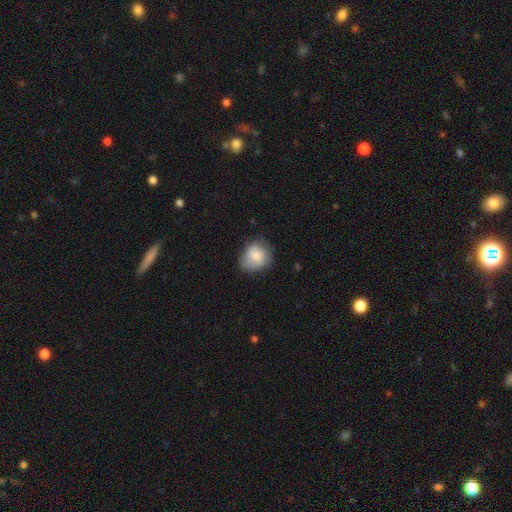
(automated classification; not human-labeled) Smooth or featured?
  - smooth: 80% *
  - featured or disk: 12%
  - star or artifact: 8%
How rounded?
  - round: 60% *
  - in between: 39%
  - cigar-shaped: 1%
Merging?
  - none: 58% *
  - minor disturbance: 31%
  - major disturbance: 9%
  - merger: 2%